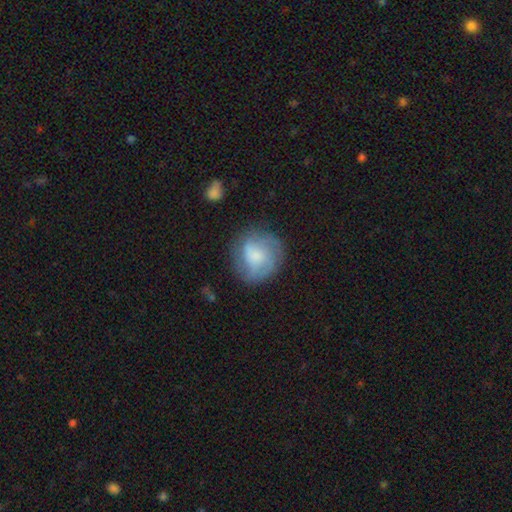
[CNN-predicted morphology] Q: Smooth or featured?
A: featured or disk (48%); runner-up: smooth (44%)
Q: Merging?
A: none (70%); runner-up: minor disturbance (19%)